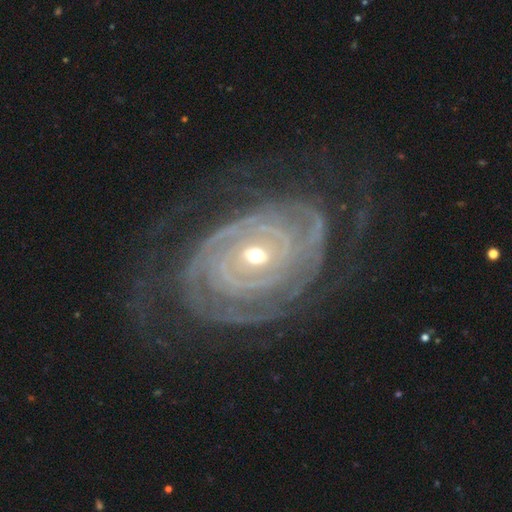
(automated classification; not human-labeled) featured or disk 90%, star or artifact 5%, smooth 5%. Down the decision tree: edge-on disk — no (96%); bar — no (66%); spiral arms — yes (96%); spiral arm count — can't tell (28%); spiral winding — tight (81%); bulge size — moderate (49%); merging — none (64%).